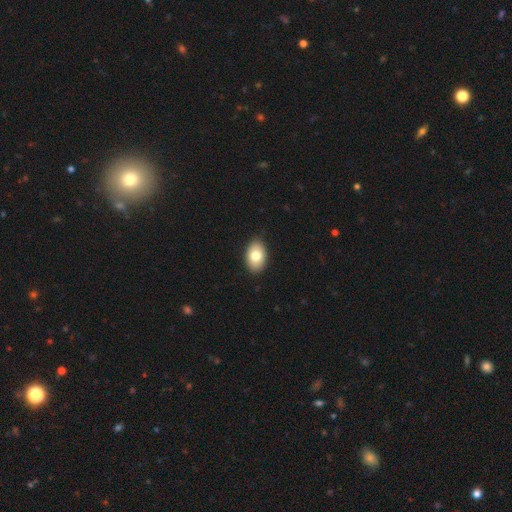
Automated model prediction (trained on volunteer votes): Q: Smooth or featured?
A: smooth (79%); runner-up: featured or disk (13%)
Q: How rounded?
A: in between (90%); runner-up: round (9%)
Q: Merging?
A: none (89%); runner-up: minor disturbance (8%)